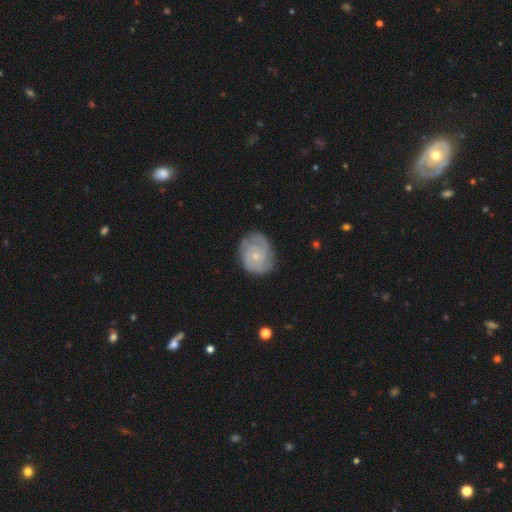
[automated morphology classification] type=featured or disk (66%); edge-on=no (98%); bar=no (79%); spiral arms=yes (89%); winding=tight (49%); arm count=can't tell (33%); bulge=small (76%); merging=none (72%).